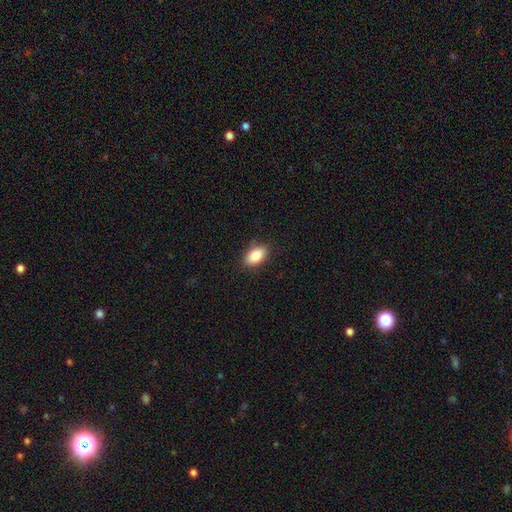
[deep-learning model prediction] smooth_or_featured: smooth (p=0.85) [alt: star or artifact p=0.08]
how_rounded: in between (p=0.90) [alt: round p=0.07]
merging: none (p=0.85) [alt: minor disturbance p=0.11]